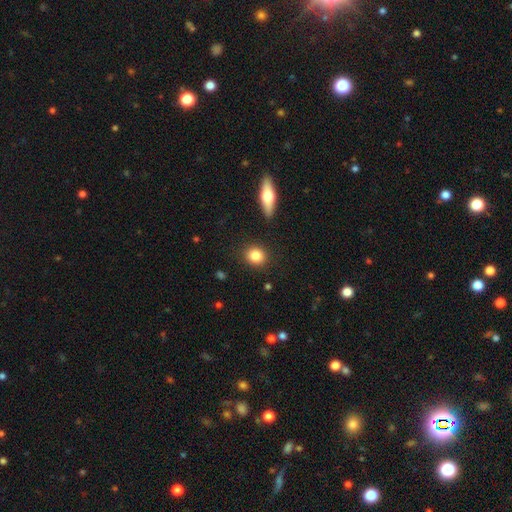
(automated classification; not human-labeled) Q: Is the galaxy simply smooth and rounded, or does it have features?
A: smooth — 84%.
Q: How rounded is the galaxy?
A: round — 73%.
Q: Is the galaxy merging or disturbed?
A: none — 88%.